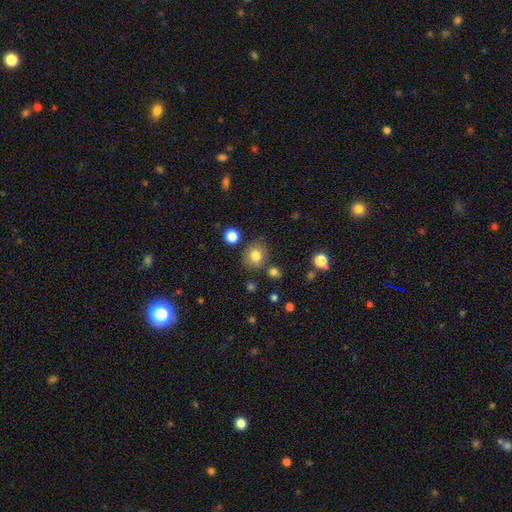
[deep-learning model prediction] Q: Smooth or featured?
A: smooth (81%); runner-up: star or artifact (12%)
Q: How rounded?
A: round (73%); runner-up: in between (26%)
Q: Merging?
A: none (78%); runner-up: minor disturbance (12%)